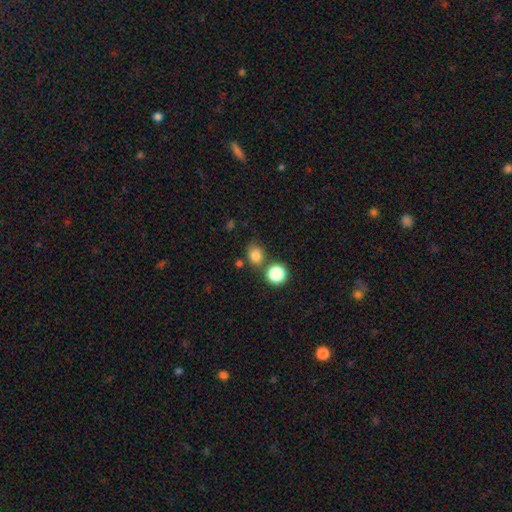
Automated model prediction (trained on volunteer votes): Smooth or featured? smooth (80%)
How rounded? round (68%)
Merging? none (71%)